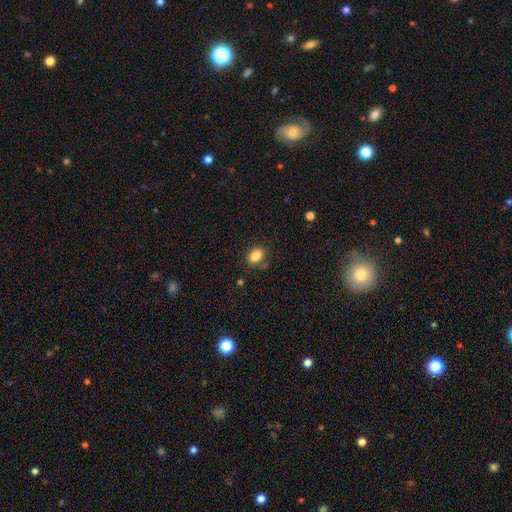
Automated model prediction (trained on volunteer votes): smooth_or_featured: smooth (p=0.85) [alt: star or artifact p=0.10]
how_rounded: in between (p=0.72) [alt: round p=0.27]
merging: none (p=0.78) [alt: minor disturbance p=0.14]